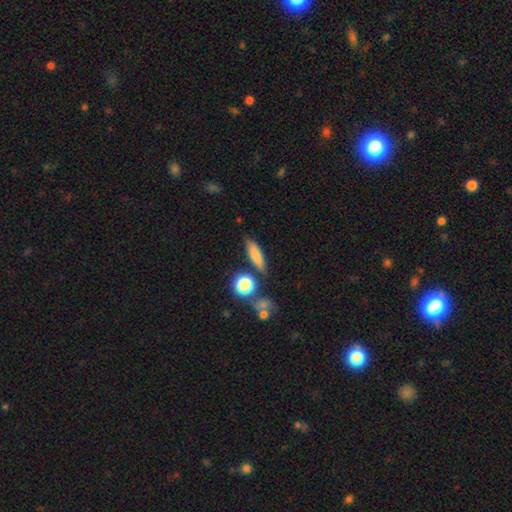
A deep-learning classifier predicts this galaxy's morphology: Q: Smooth or featured?
A: smooth (77%); runner-up: featured or disk (12%)
Q: How rounded?
A: cigar-shaped (54%); runner-up: in between (37%)
Q: Merging?
A: none (78%); runner-up: minor disturbance (12%)